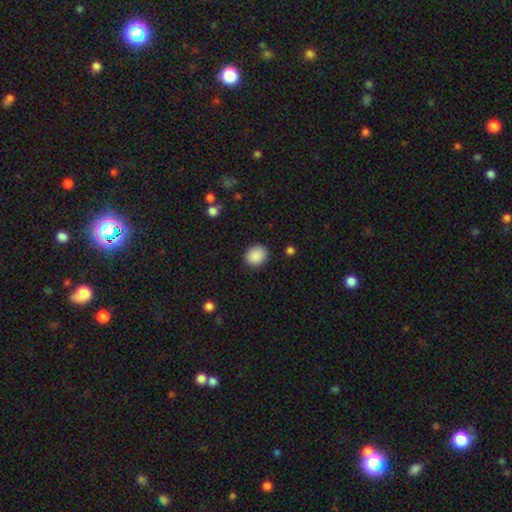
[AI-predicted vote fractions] Smooth or featured: smooth — 89% (star or artifact — 8%)
How rounded: round — 68% (in between — 31%)
Merging: none — 88% (minor disturbance — 8%)